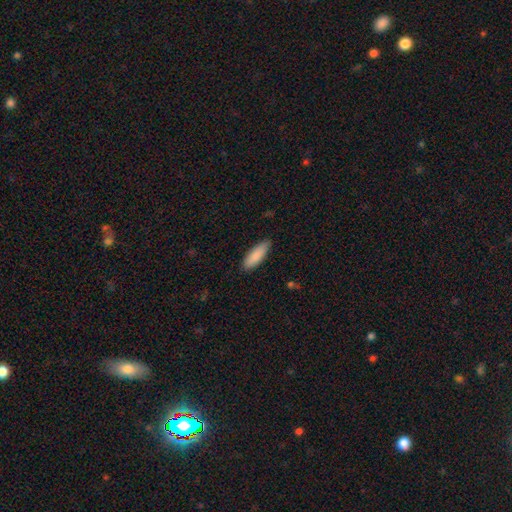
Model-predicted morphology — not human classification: Smooth or featured?
  - smooth: 88% *
  - featured or disk: 7%
  - star or artifact: 6%
How rounded?
  - in between: 57% *
  - cigar-shaped: 42%
  - round: 1%
Merging?
  - none: 85% *
  - minor disturbance: 12%
  - major disturbance: 2%
  - merger: 1%